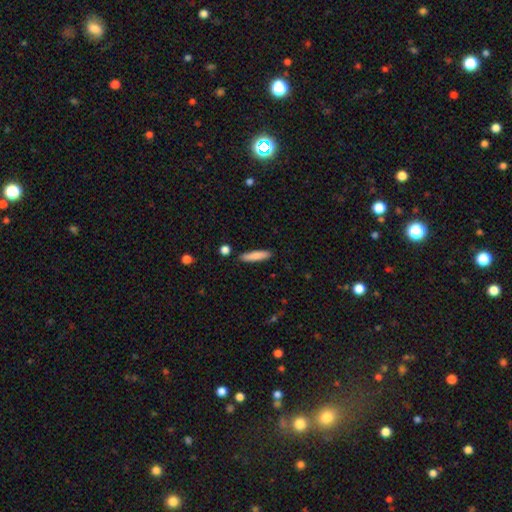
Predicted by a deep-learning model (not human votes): This is clearly a smooth galaxy (82%). How rounded: clearly cigar-shaped (82%). Merging: clearly none (87%).